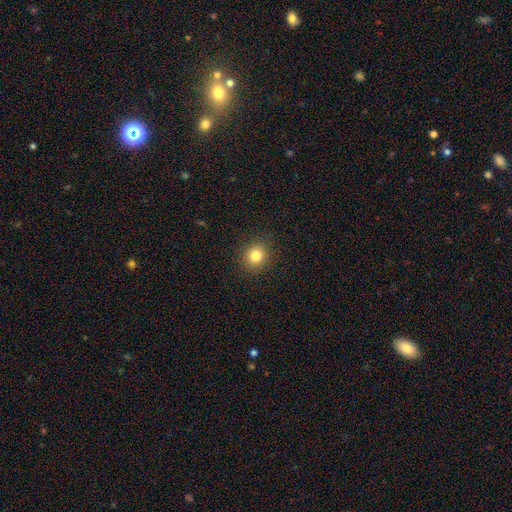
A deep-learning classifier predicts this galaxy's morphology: The model was most divided on "how rounded": round: 81%, in between: 18%, cigar-shaped: 1%. More confident: merging — none (90%); smooth or featured — smooth (82%).